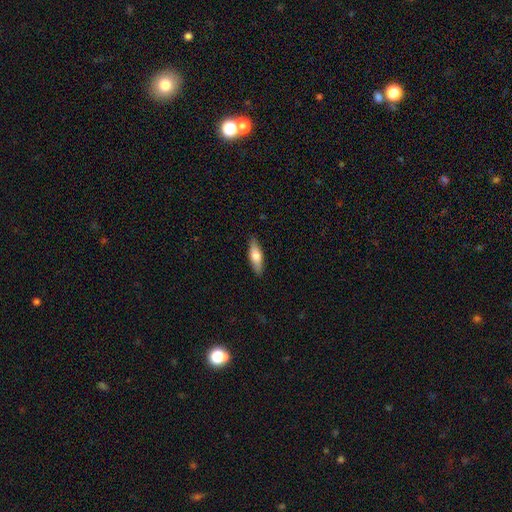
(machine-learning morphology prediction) A smooth galaxy with no disk features (68%) that is in between round and cigar-shaped (53%).

Vote fractions:
- Smooth or featured? smooth: 68% / featured or disk: 26% / star or artifact: 6%
- How rounded? in between: 53% / cigar-shaped: 45% / round: 2%
- Merging? none: 87% / minor disturbance: 10% / major disturbance: 2% / merger: 1%